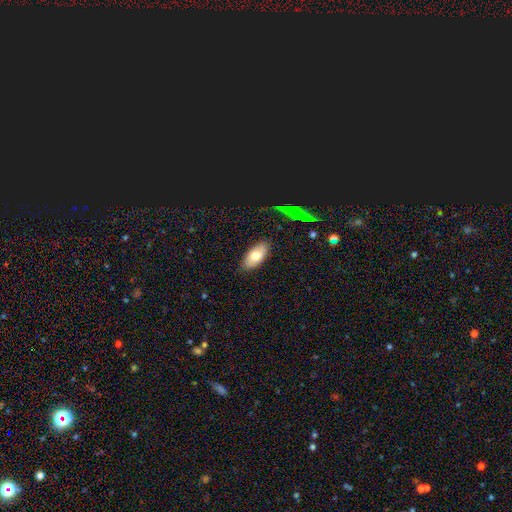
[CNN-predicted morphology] Smooth or featured: smooth — 76% (featured or disk — 17%)
How rounded: in between — 91% (cigar-shaped — 6%)
Merging: none — 85% (minor disturbance — 11%)